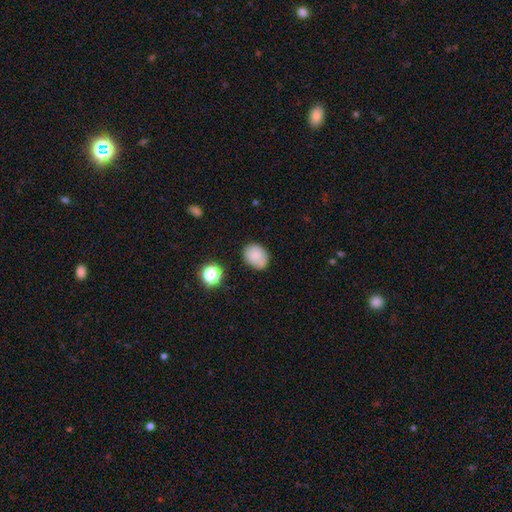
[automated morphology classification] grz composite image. It shows a smooth galaxy with no disk features (83%) that is in between round and cigar-shaped (58%). Merging: none (75%).